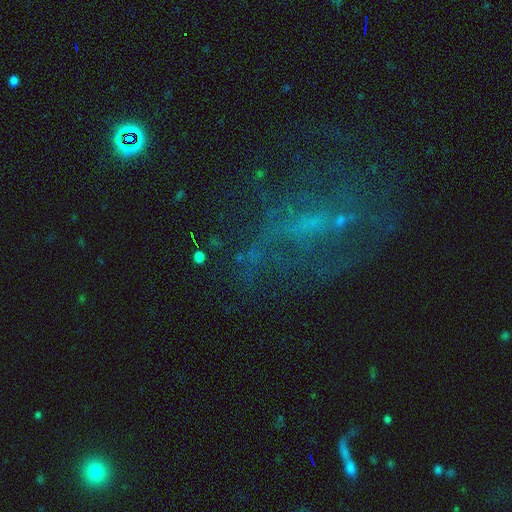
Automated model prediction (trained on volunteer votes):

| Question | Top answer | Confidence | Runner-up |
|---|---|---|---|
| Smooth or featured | featured or disk | 53% | star or artifact (29%) |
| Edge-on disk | no | 94% | yes (6%) |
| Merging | none | 50% | major disturbance (29%) |